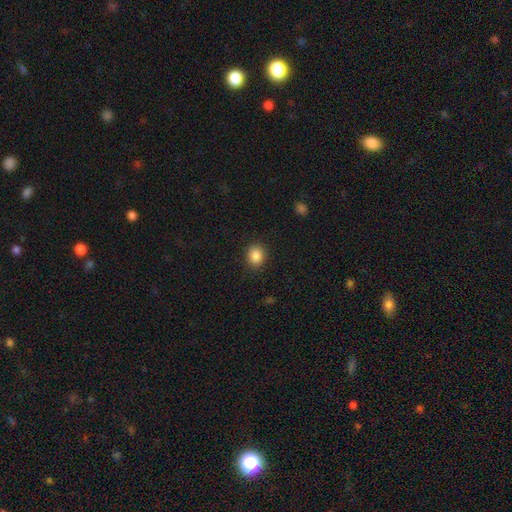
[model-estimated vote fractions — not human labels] Overall: smooth (87%). How rounded: round (68%; in between 31%). Merging: none (89%).